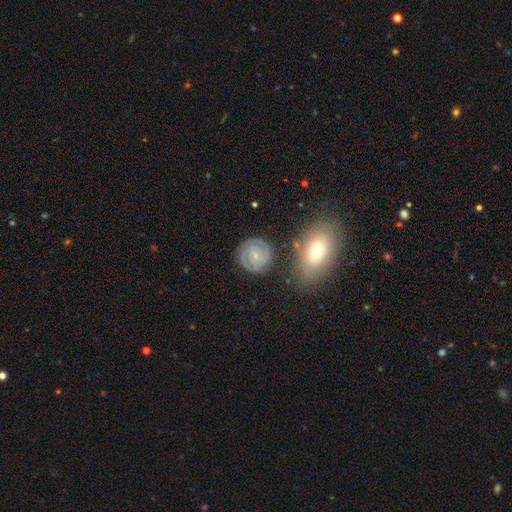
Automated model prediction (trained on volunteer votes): Morphology: type=featured or disk (68%); edge-on=no (97%); bar=no (67%); spiral arms=yes (90%); winding=tight (71%); arm count=2 (52%); bulge=small (78%); merging=none (78%).